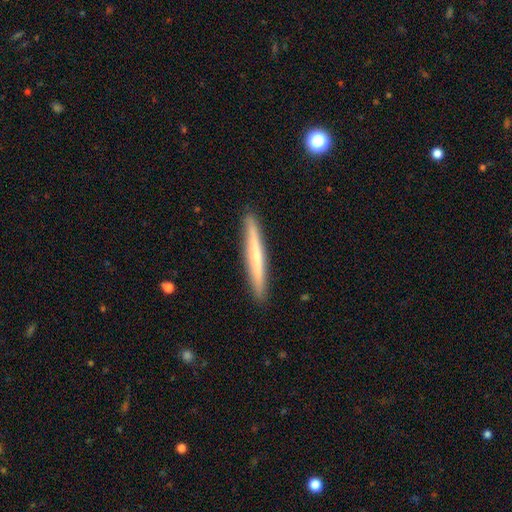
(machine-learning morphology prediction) type=featured or disk (48%); merging=none (92%).